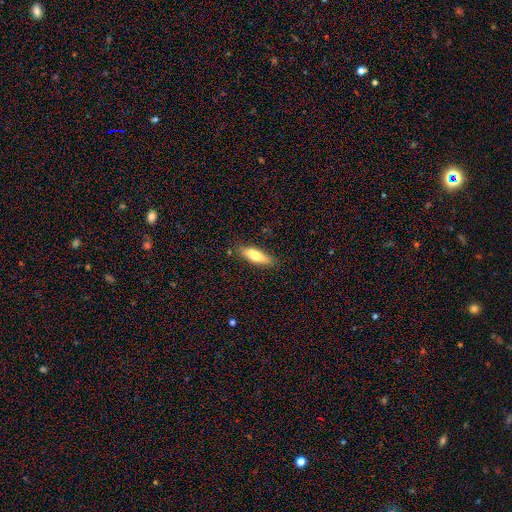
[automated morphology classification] Smooth or featured? Predicted: smooth (p=0.62). How rounded? Predicted: cigar-shaped (p=0.53). Merging? Predicted: none (p=0.84).